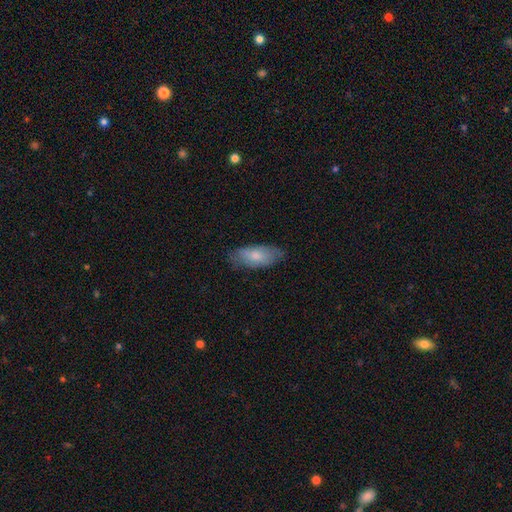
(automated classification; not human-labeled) A smooth galaxy with no disk features (74%) that is in between round and cigar-shaped (85%). Merging: none (74%).